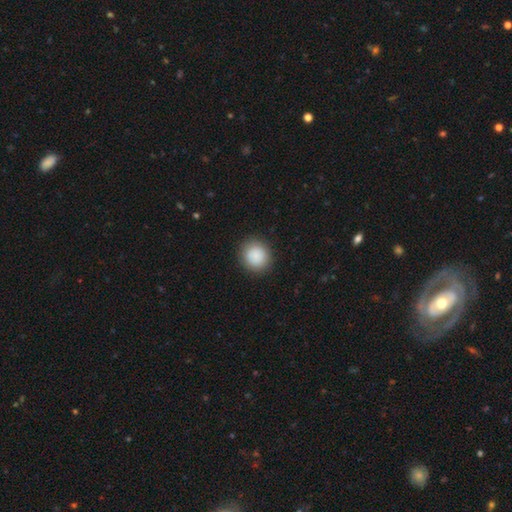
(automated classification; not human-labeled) Smooth or featured?
  - smooth: 88% *
  - star or artifact: 7%
  - featured or disk: 4%
How rounded?
  - round: 88% *
  - in between: 11%
  - cigar-shaped: 1%
Merging?
  - none: 89% *
  - minor disturbance: 7%
  - major disturbance: 2%
  - merger: 1%